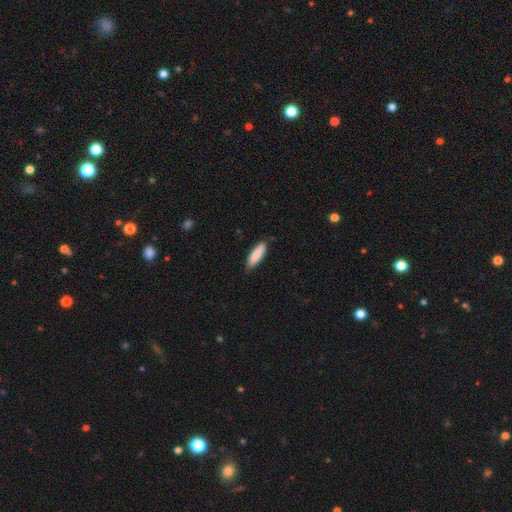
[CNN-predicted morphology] type=smooth (87%); roundness=cigar-shaped (53%); merging=none (82%).